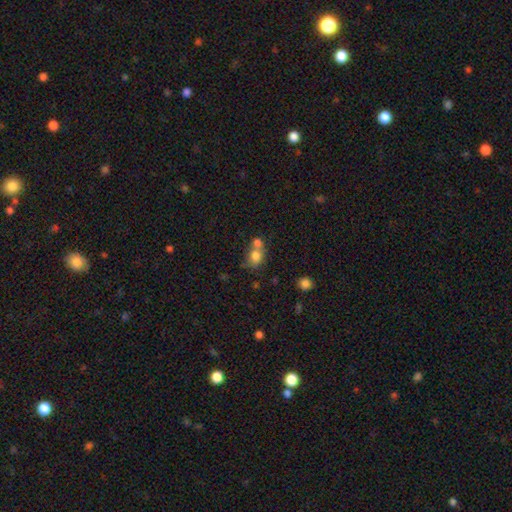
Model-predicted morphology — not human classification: Smooth or featured? smooth (77%)
How rounded? round (62%)
Merging? merger (53%)